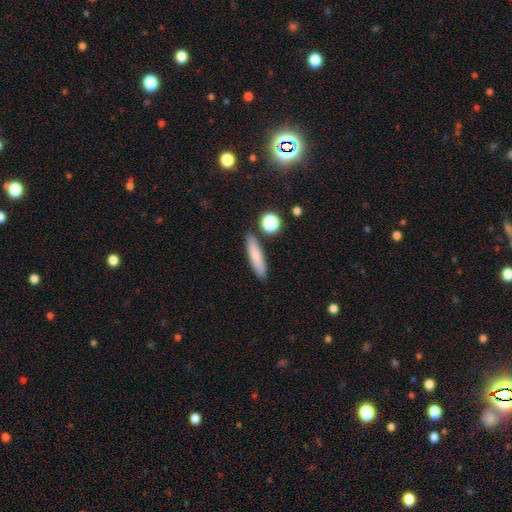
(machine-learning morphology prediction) A smooth galaxy with no disk features (78%) that is cigar-shaped (79%). Merging: none (86%).